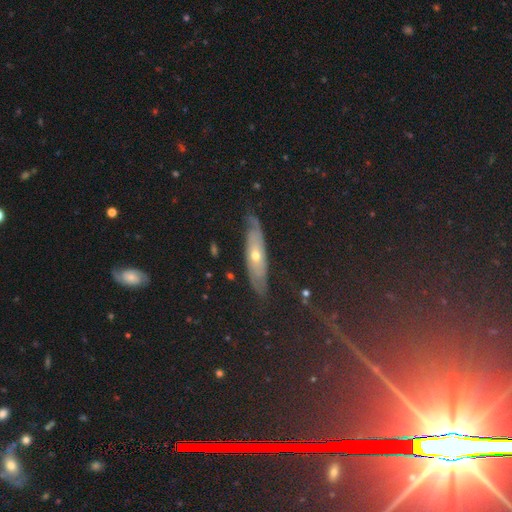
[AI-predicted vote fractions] smooth-or-featured: featured or disk: 56% | star or artifact: 22% | smooth: 22%
  disk-edge-on: no: 55% | yes: 45%
  merging: none: 78% | minor disturbance: 16% | major disturbance: 4% | merger: 2%